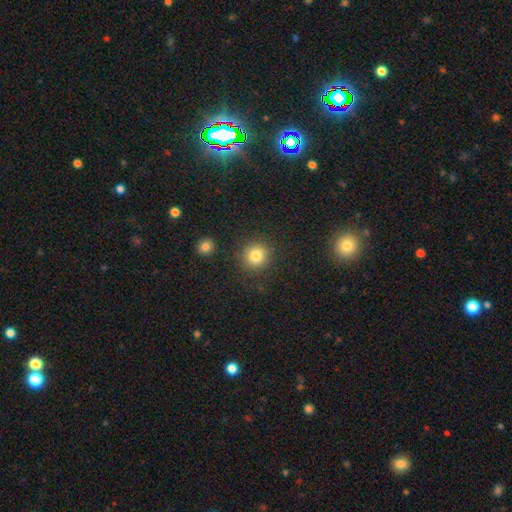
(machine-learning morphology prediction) Overall: smooth (82%). How rounded: round (90%). Merging: none (86%).